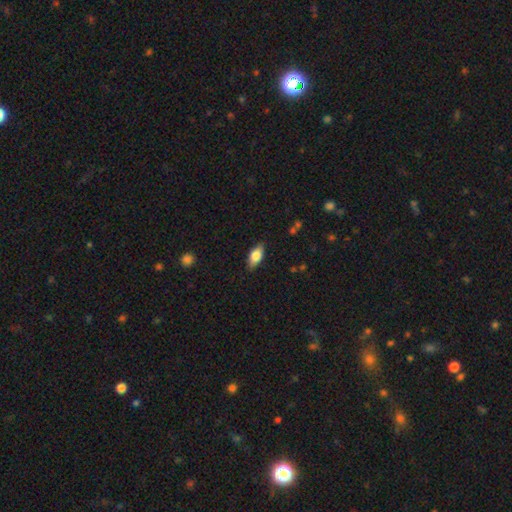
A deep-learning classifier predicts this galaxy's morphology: smooth 75%, featured or disk 19%, star or artifact 7%. Down the decision tree: how rounded — in between (87%); merging — none (84%).